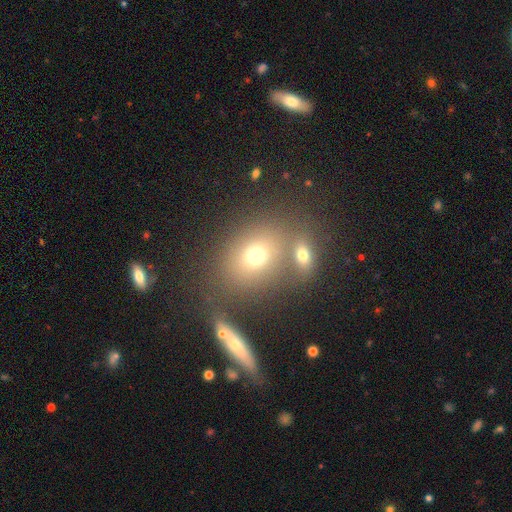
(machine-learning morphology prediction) smooth_or_featured: smooth (p=0.71) [alt: featured or disk p=0.15]
how_rounded: round (p=0.50) [alt: in between p=0.49]
merging: none (p=0.57) [alt: merger p=0.26]